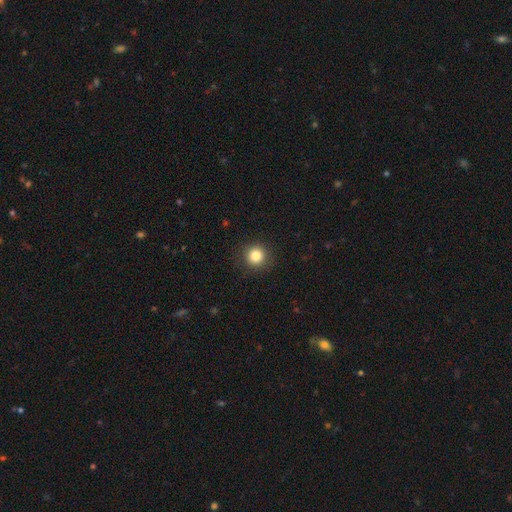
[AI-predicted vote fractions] The model was most divided on "smooth or featured": smooth: 84%, star or artifact: 11%, featured or disk: 5%. More confident: how rounded — round (94%); merging — none (91%).